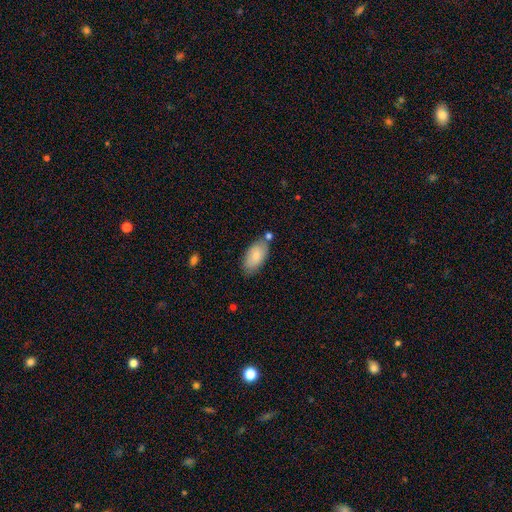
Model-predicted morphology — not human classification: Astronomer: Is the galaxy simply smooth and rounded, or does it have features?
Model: smooth — 81%.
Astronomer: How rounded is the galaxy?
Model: in between — 94%.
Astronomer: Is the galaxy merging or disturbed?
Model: none — 71%.